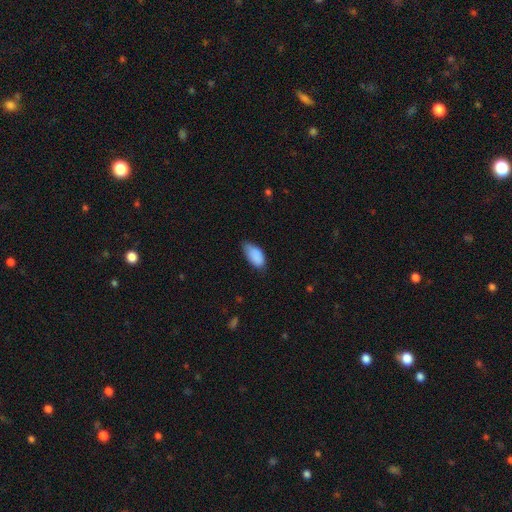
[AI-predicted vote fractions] smooth_or_featured: smooth (p=0.87) [alt: star or artifact p=0.07]
how_rounded: in between (p=0.93) [alt: cigar-shaped p=0.04]
merging: none (p=0.55) [alt: minor disturbance p=0.37]